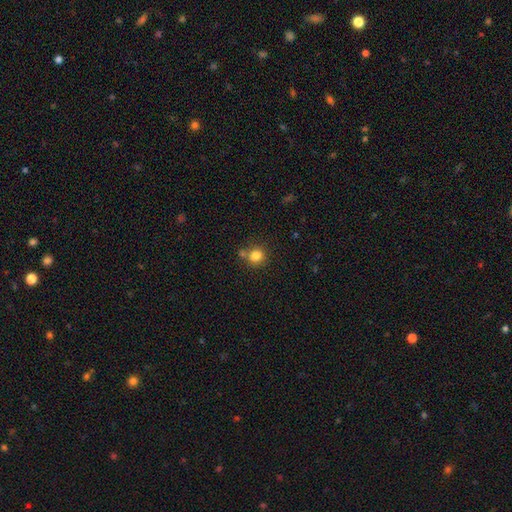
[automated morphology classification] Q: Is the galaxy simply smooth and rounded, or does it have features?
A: smooth — 82%.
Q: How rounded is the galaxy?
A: round — 86%.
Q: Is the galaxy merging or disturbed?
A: none — 66%.